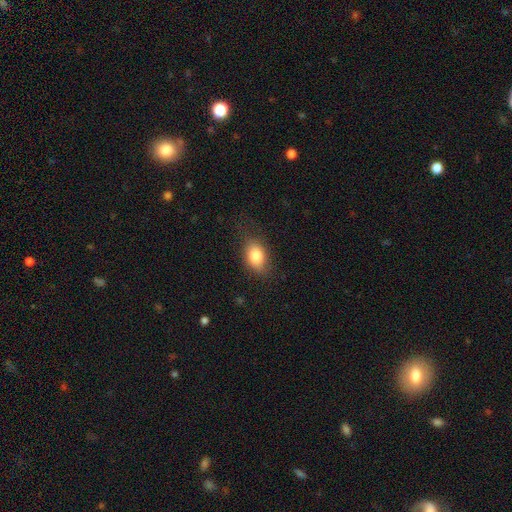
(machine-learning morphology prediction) A smooth galaxy with no disk features (82%) that is in between round and cigar-shaped (81%). Merging: none (75%).